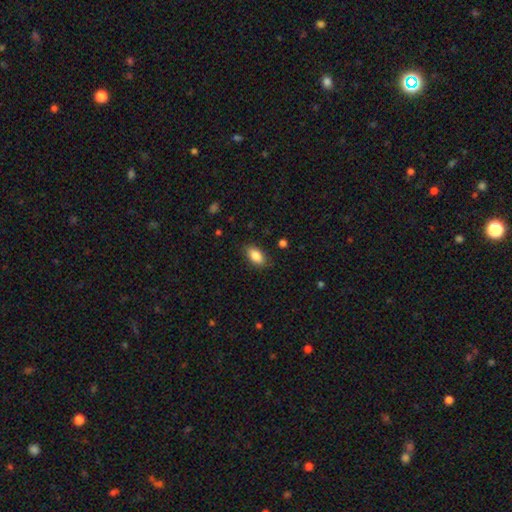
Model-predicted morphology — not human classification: Smooth or featured?
  - smooth: 86% *
  - star or artifact: 7%
  - featured or disk: 7%
How rounded?
  - in between: 91% *
  - round: 5%
  - cigar-shaped: 5%
Merging?
  - none: 83% *
  - minor disturbance: 13%
  - major disturbance: 3%
  - merger: 1%